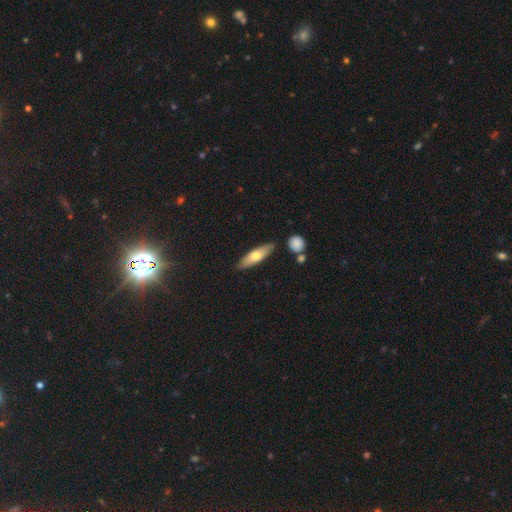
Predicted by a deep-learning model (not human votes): Q: Smooth or featured?
A: smooth (59%); runner-up: featured or disk (35%)
Q: How rounded?
A: cigar-shaped (59%); runner-up: in between (39%)
Q: Merging?
A: none (83%); runner-up: minor disturbance (11%)